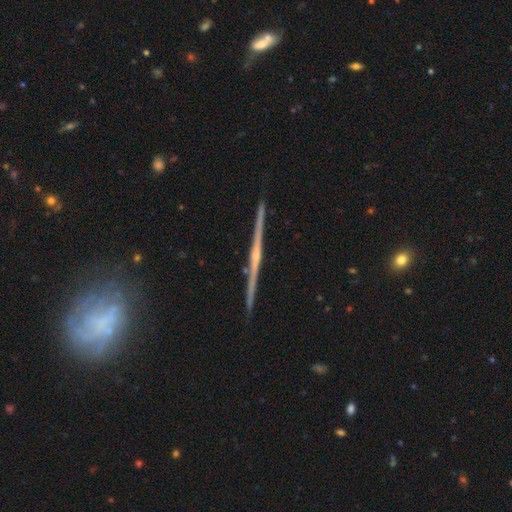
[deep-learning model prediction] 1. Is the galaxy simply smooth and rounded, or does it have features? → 85% featured or disk, 9% smooth, 7% star or artifact.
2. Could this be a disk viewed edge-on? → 98% yes, 2% no.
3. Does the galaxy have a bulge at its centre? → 68% rounded, 23% none, 9% boxy.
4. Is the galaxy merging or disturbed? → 90% none, 7% minor disturbance, 2% merger, 2% major disturbance.